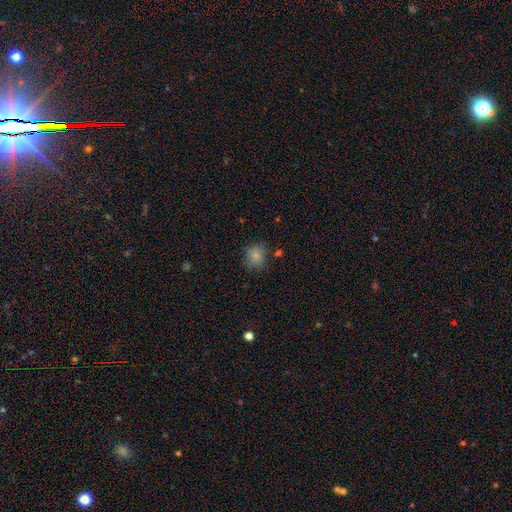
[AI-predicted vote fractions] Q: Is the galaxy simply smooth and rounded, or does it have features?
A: smooth — 82%.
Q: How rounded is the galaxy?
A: round — 74%.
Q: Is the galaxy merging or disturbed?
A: none — 75%.